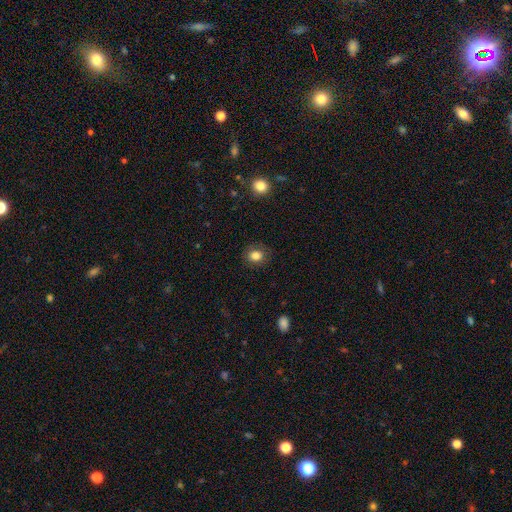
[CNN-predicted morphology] Smooth or featured? Predicted: smooth (p=0.83). How rounded? Predicted: round (p=0.65). Merging? Predicted: none (p=0.86).